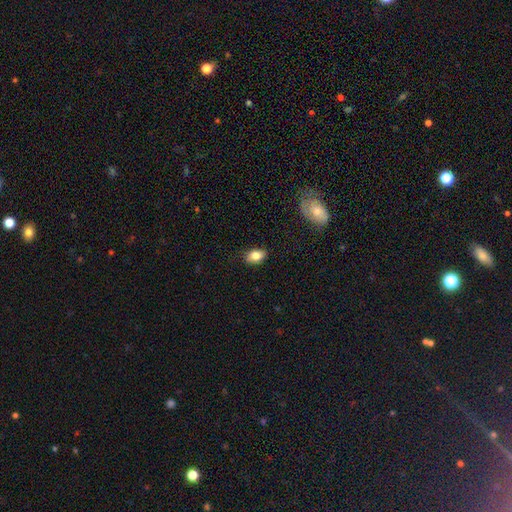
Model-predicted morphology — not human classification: Smooth or featured: smooth — 82% (featured or disk — 10%)
How rounded: in between — 86% (round — 12%)
Merging: none — 86% (minor disturbance — 11%)